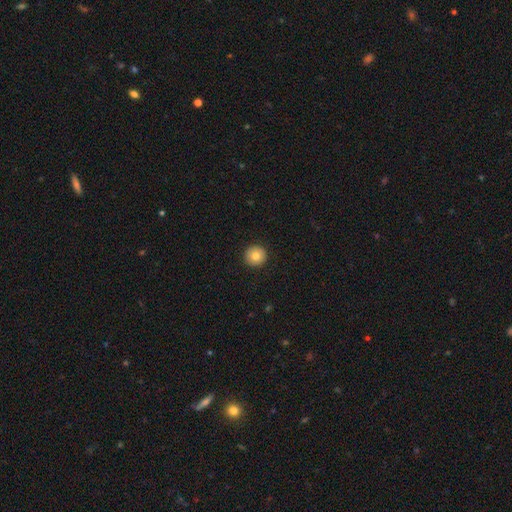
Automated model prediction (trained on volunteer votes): This appears to be a smooth galaxy with no disk features (82%) that is round (96%). Merging: none (93%).